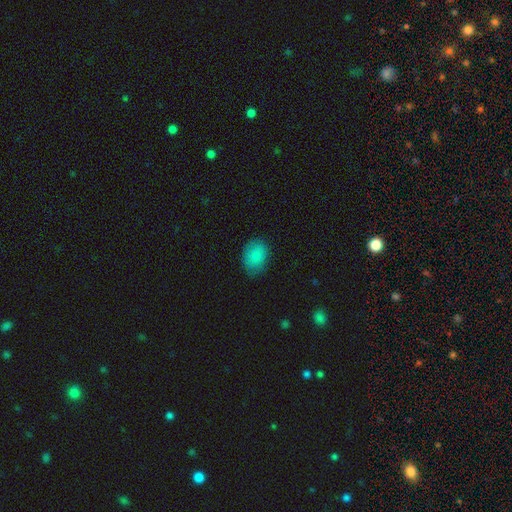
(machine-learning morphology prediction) Smooth or featured: smooth — 85% (star or artifact — 8%)
How rounded: in between — 71% (round — 28%)
Merging: none — 77% (minor disturbance — 18%)